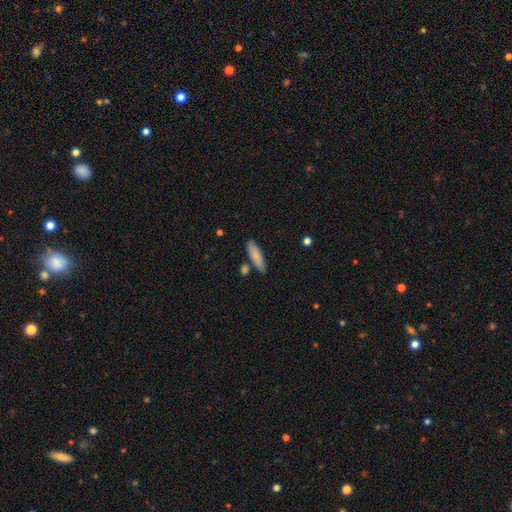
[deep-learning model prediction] Smooth or featured?
  - smooth: 81% *
  - featured or disk: 13%
  - star or artifact: 6%
How rounded?
  - cigar-shaped: 58% *
  - in between: 40%
  - round: 2%
Merging?
  - none: 74% *
  - minor disturbance: 16%
  - merger: 7%
  - major disturbance: 3%